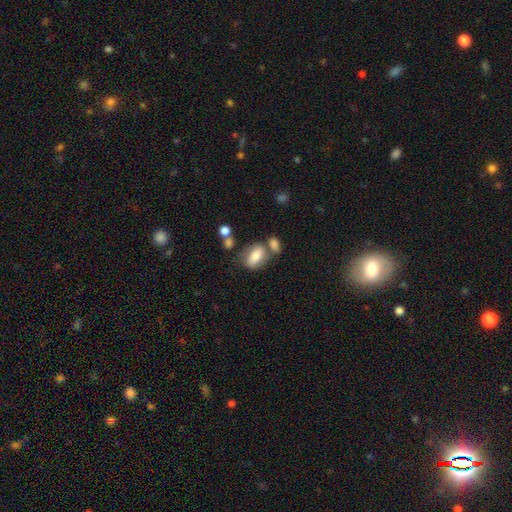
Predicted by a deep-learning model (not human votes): Q: Smooth or featured?
A: smooth (77%); runner-up: featured or disk (16%)
Q: How rounded?
A: in between (85%); runner-up: round (11%)
Q: Merging?
A: none (50%); runner-up: merger (27%)